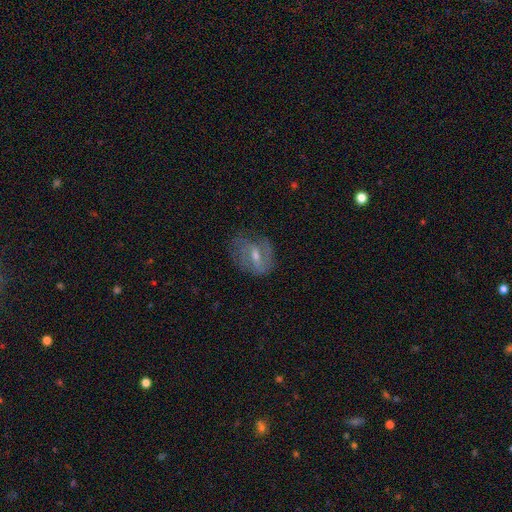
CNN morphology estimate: Smooth or featured? Predicted: featured or disk (p=0.63). Edge-on disk? Predicted: no (p=0.94). Bar? Predicted: weak (p=0.51). Spiral arms? Predicted: yes (p=0.72). Bulge size? Predicted: moderate (p=0.47). Merging? Predicted: none (p=0.61).